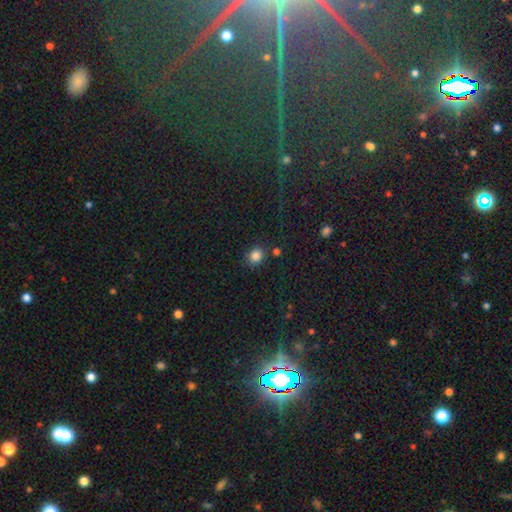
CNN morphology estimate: This appears to be a smooth galaxy with no disk features (83%) that is round (71%). Merging: none (79%).